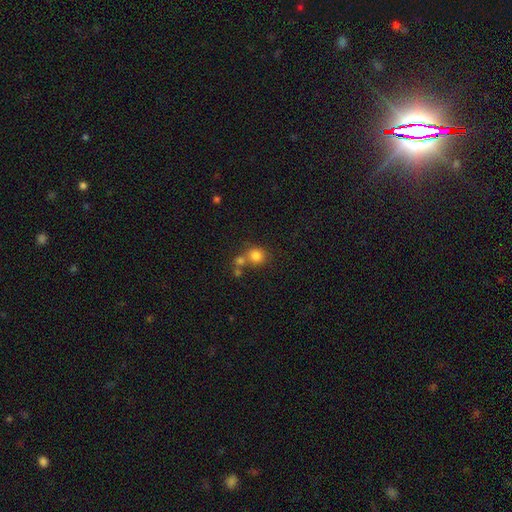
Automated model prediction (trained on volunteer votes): The model was most divided on "merging": none: 55%, merger: 32%, minor disturbance: 9%, major disturbance: 4%. More confident: how rounded — round (86%); smooth or featured — smooth (80%).